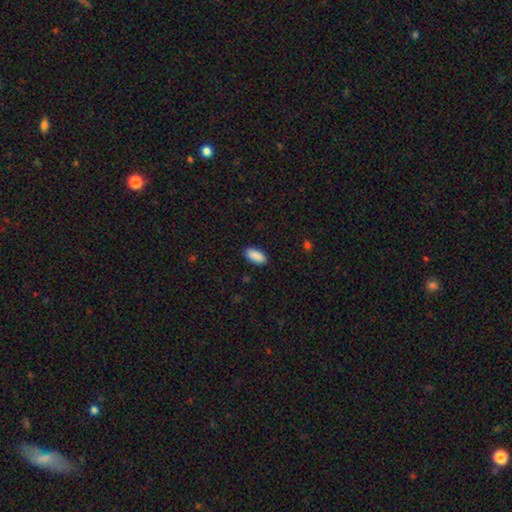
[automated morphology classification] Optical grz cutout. It shows a smooth galaxy with no disk features (91%) that is in between round and cigar-shaped (89%). Merging: none (90%).